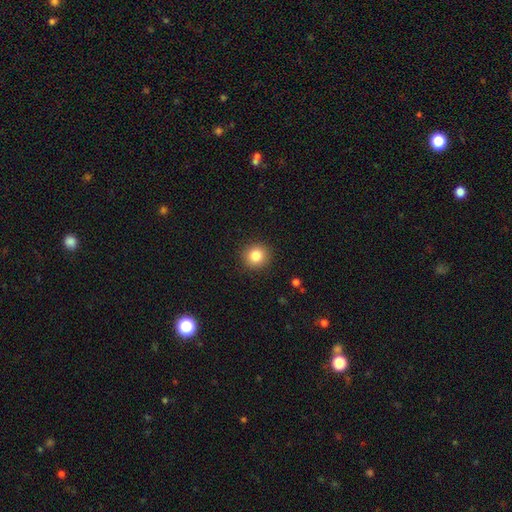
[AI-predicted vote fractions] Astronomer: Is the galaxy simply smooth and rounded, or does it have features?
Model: smooth — 84%.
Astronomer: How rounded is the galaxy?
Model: round — 92%.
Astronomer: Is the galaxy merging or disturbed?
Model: none — 91%.